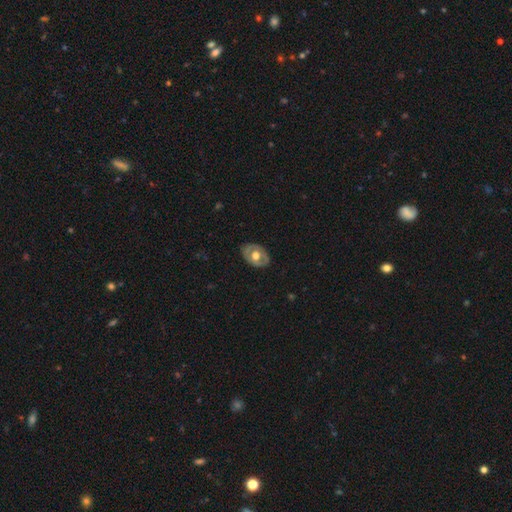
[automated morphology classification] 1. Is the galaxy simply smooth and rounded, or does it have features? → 55% featured or disk, 39% smooth, 6% star or artifact.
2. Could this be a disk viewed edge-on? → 91% no, 9% yes.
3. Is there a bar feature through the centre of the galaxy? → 82% no, 14% weak, 4% strong.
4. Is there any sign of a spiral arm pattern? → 82% no, 18% yes.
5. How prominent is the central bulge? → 56% moderate, 39% large, 3% small, 2% dominant, 1% none.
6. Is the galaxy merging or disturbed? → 80% none, 15% minor disturbance, 4% major disturbance, 1% merger.